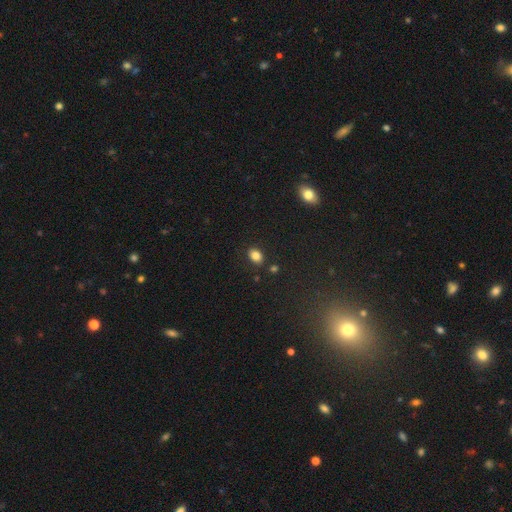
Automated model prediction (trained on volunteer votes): This appears to be a smooth galaxy with no disk features (84%) that is in between round and cigar-shaped (77%). Merging: none (84%).